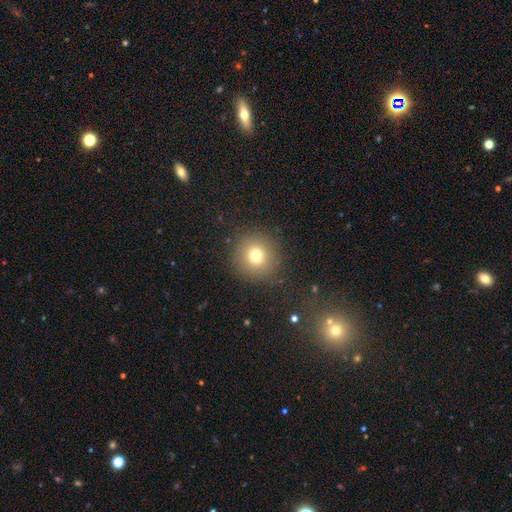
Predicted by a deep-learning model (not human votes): A smooth galaxy with no disk features (74%) that is round (93%). Merging: none (88%).